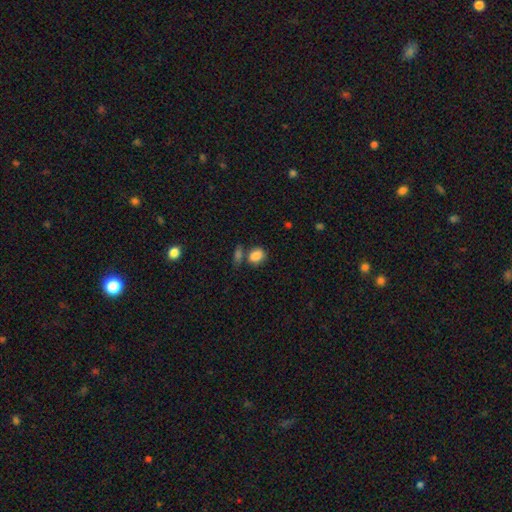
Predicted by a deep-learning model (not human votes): A smooth galaxy with no disk features (85%) that is in between round and cigar-shaped (65%).

Vote fractions:
- Smooth or featured? smooth: 85% / star or artifact: 9% / featured or disk: 6%
- How rounded? in between: 65% / round: 34% / cigar-shaped: 2%
- Merging? none: 54% / merger: 24% / minor disturbance: 16% / major disturbance: 6%